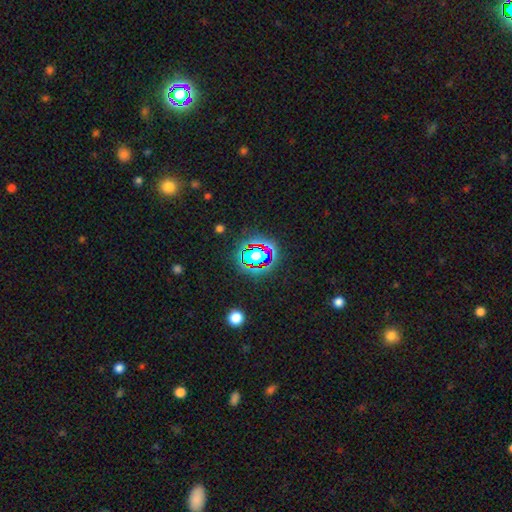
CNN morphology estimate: A star or artifact, not a galaxy (63%).